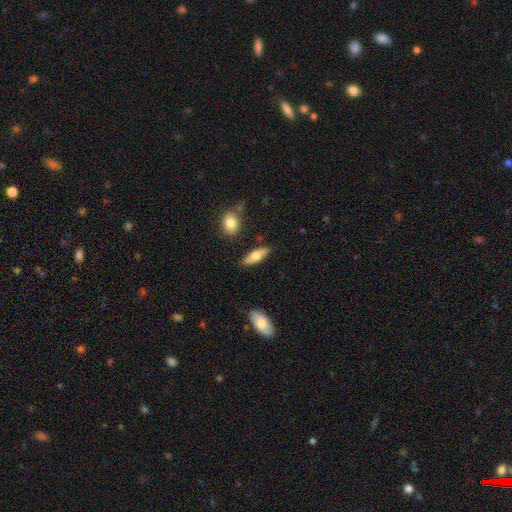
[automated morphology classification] Overall: smooth (66%; featured or disk 28%). How rounded: in between (62%; cigar-shaped 35%). Merging: none (81%).